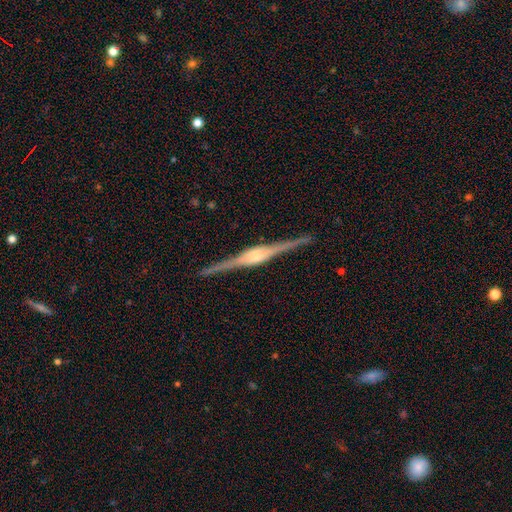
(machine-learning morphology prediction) smooth-or-featured: featured or disk: 90% | smooth: 6% | star or artifact: 4%
  disk-edge-on: yes: 99% | no: 1%
    edge-on-bulge: rounded: 74% | boxy: 22% | none: 3%
  merging: none: 90% | minor disturbance: 7% | major disturbance: 1% | merger: 1%